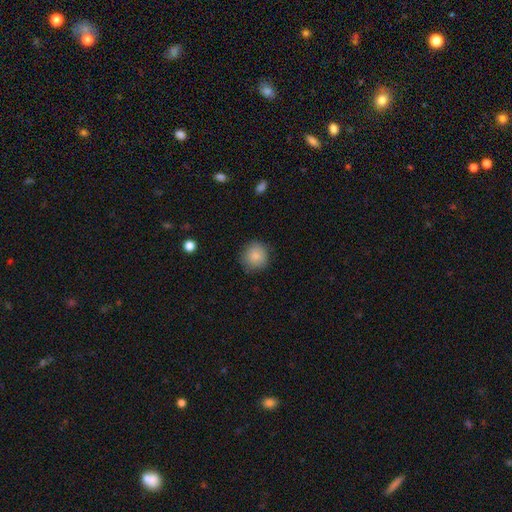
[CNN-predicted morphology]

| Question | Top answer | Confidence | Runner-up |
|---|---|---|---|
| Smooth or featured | smooth | 84% | star or artifact (9%) |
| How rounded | round | 91% | in between (8%) |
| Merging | none | 83% | minor disturbance (13%) |